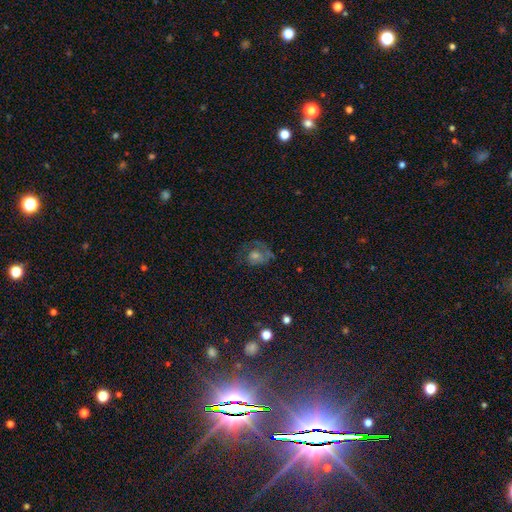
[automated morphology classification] This is possibly a featured or disk galaxy (52%). It is clearly not viewed edge-on (97%). Bar: likely no (78%). Spiral arm pattern: likely yes (73%). Central bulge: possibly moderate (52%). Merging: possibly none (59%).